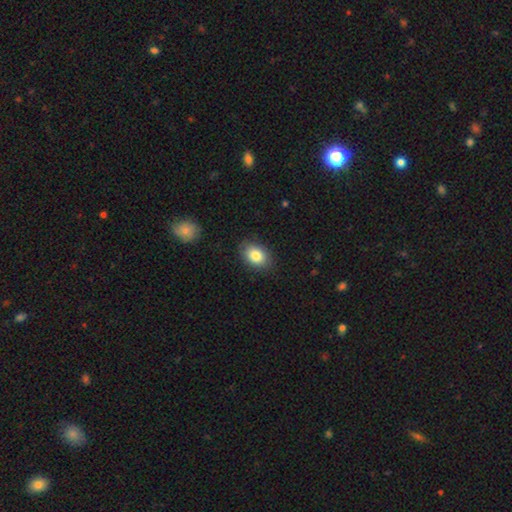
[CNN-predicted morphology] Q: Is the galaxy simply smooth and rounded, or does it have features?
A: smooth — 83%.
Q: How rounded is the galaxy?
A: in between — 78%.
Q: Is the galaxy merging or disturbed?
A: none — 85%.